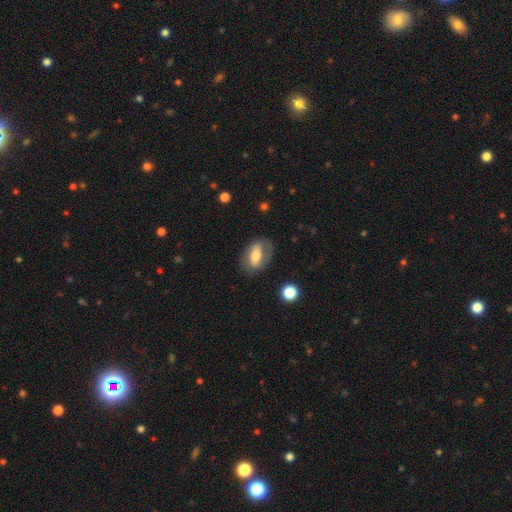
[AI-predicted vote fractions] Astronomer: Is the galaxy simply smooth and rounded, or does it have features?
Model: smooth — 52% (runner-up: featured or disk, 41%).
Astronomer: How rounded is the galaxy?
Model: in between — 84%.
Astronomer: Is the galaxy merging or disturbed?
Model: none — 72%.